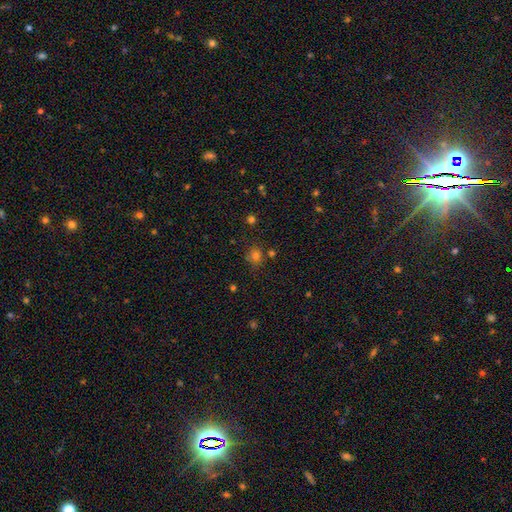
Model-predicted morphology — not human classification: Overall: smooth (67%). How rounded: round (84%). Merging: none (76%).